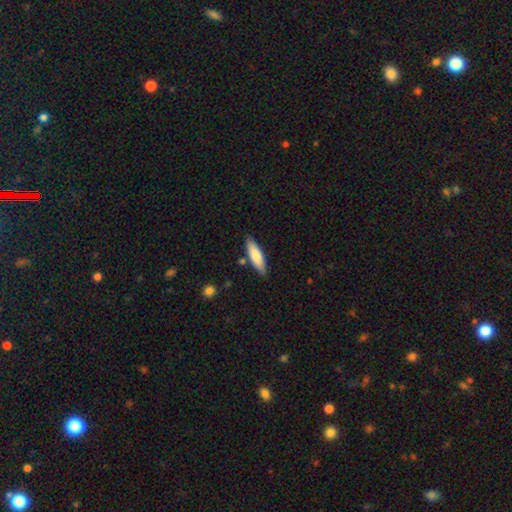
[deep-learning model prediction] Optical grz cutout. It shows a smooth galaxy with no disk features (77%) that is cigar-shaped (57%). Merging: none (84%).